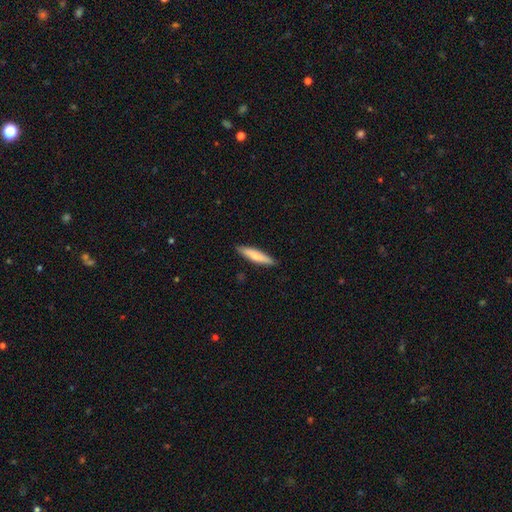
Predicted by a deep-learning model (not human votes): Morphology: type=smooth (75%); roundness=cigar-shaped (85%); merging=none (89%).